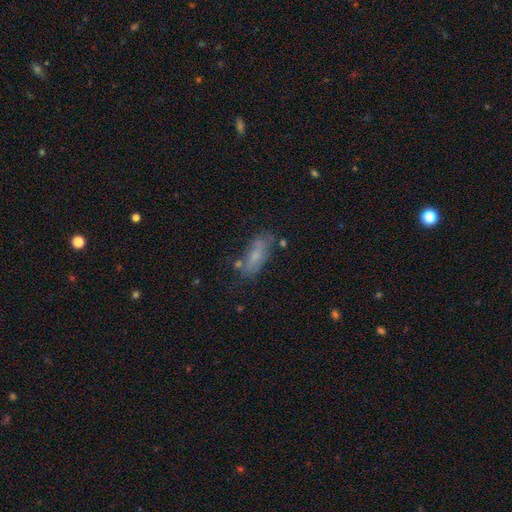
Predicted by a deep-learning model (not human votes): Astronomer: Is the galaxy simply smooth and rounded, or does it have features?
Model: smooth — 61%.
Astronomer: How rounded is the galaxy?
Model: in between — 62%.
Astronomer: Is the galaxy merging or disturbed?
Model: none — 61%.